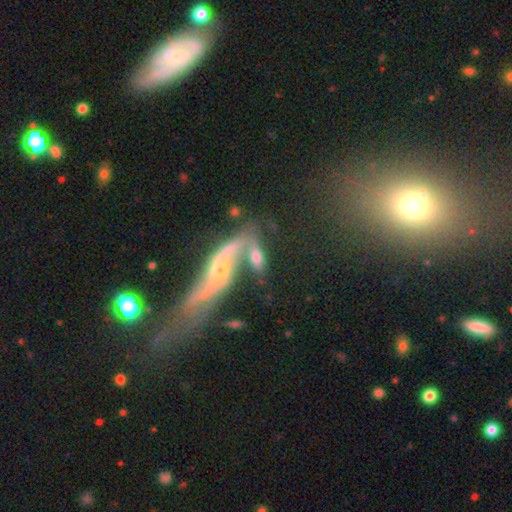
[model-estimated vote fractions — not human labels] Smooth or featured: smooth — 46% (featured or disk — 43%)
Merging: merger — 41% (none — 34%)